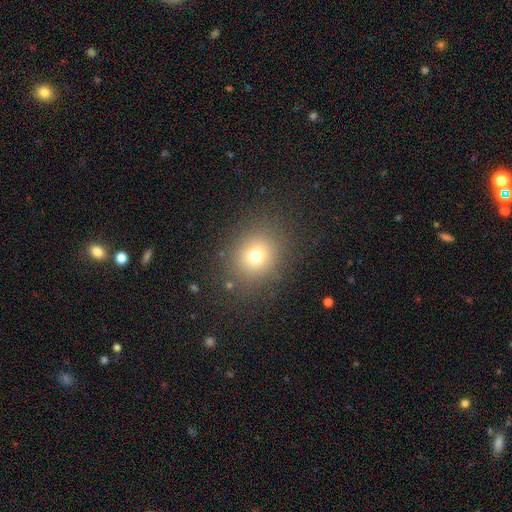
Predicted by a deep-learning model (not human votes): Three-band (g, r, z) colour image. It shows a smooth galaxy with no disk features (71%) that is round (76%). Merging: none (84%).